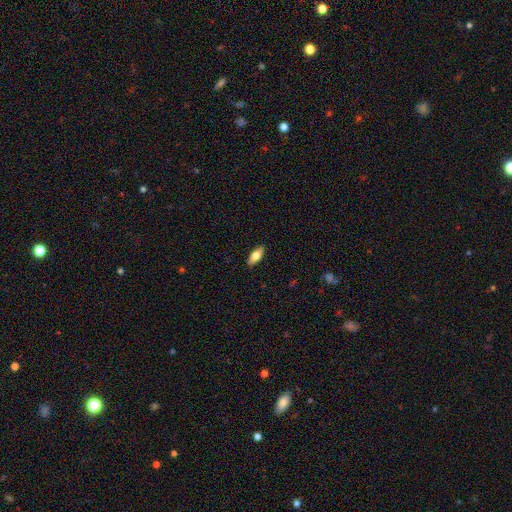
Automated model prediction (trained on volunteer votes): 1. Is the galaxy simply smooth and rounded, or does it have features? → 67% smooth, 27% featured or disk, 6% star or artifact.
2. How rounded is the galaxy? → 76% in between, 22% cigar-shaped, 3% round.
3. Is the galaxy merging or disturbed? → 89% none, 9% minor disturbance, 2% major disturbance, 1% merger.